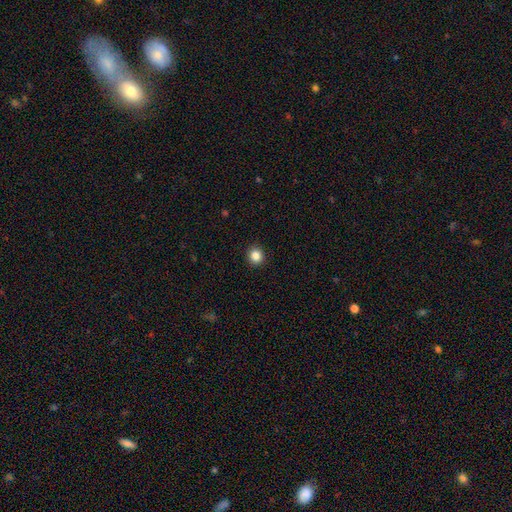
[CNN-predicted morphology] This appears to be a smooth galaxy with no disk features (85%) that is round (90%). Merging: none (93%).